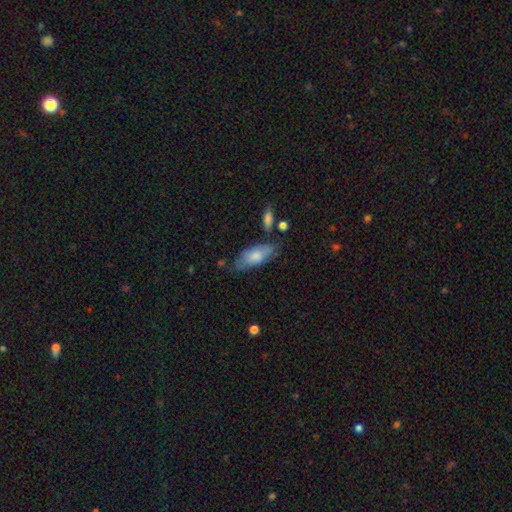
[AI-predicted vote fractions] Morphology: type=smooth (71%); roundness=in between (82%); merging=none (60%).